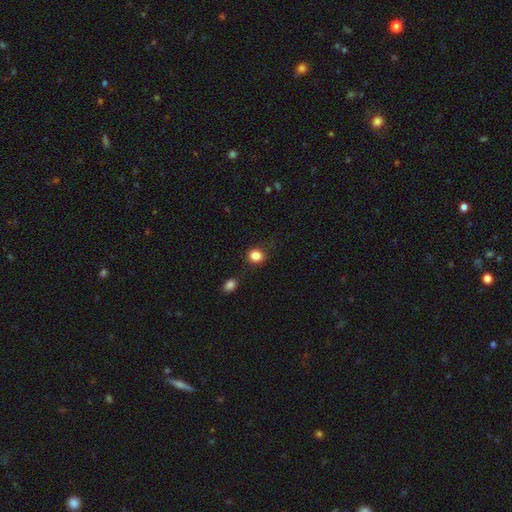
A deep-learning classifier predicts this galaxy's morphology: smooth 84%, star or artifact 11%, featured or disk 5%. Down the decision tree: how rounded — round (73%); merging — none (81%).